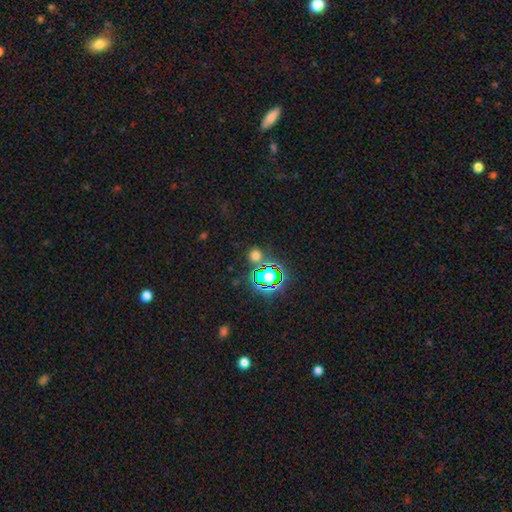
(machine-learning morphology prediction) A smooth galaxy with no disk features (57%) that is round (85%). Merging: none (77%).